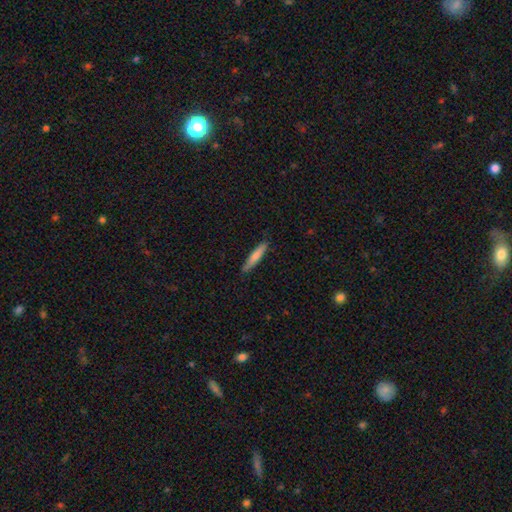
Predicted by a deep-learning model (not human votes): smooth 76%, featured or disk 19%, star or artifact 5%. Down the decision tree: how rounded — cigar-shaped (90%); merging — none (87%).